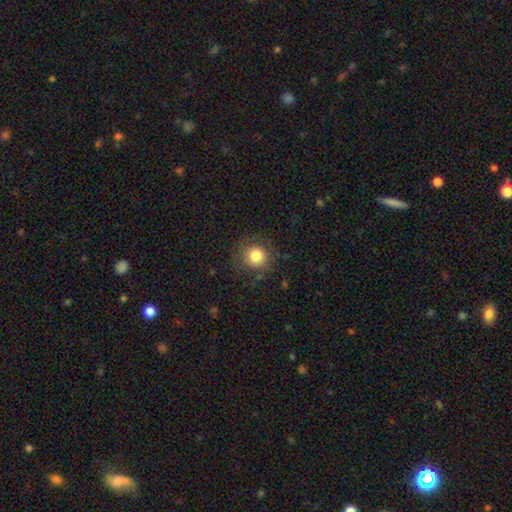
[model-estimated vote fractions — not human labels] Smooth or featured: smooth — 81% (star or artifact — 11%)
How rounded: round — 92% (in between — 8%)
Merging: none — 83% (minor disturbance — 11%)